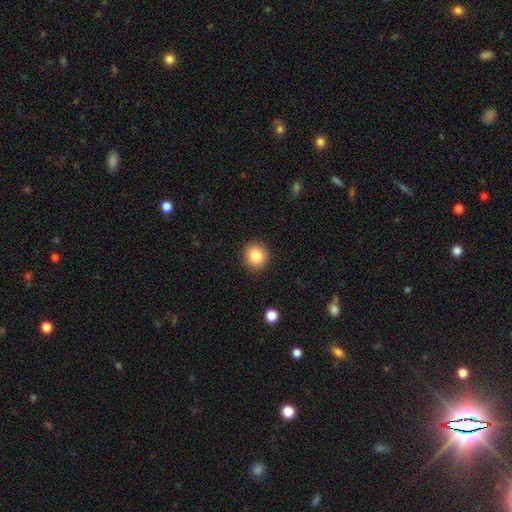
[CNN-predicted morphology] smooth 84%, star or artifact 9%, featured or disk 6%. Down the decision tree: how rounded — round (92%); merging — none (91%).